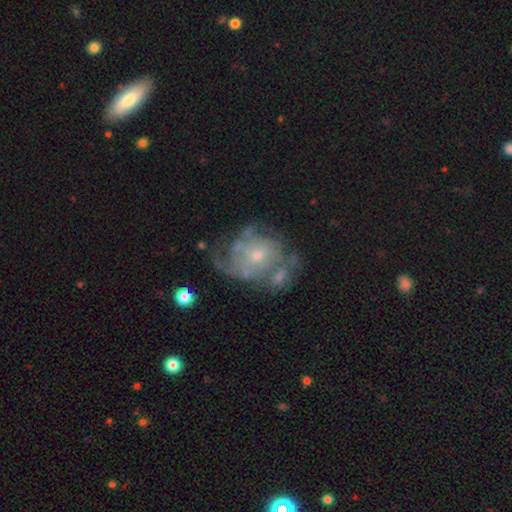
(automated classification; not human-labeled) Smooth or featured? featured or disk (77%)
Edge-on disk? no (98%)
Bar? no (75%)
Spiral arms? yes (79%)
Spiral winding? tight (52%)
Spiral arm count? can't tell (49%)
Bulge size? small (71%)
Merging? none (38%)